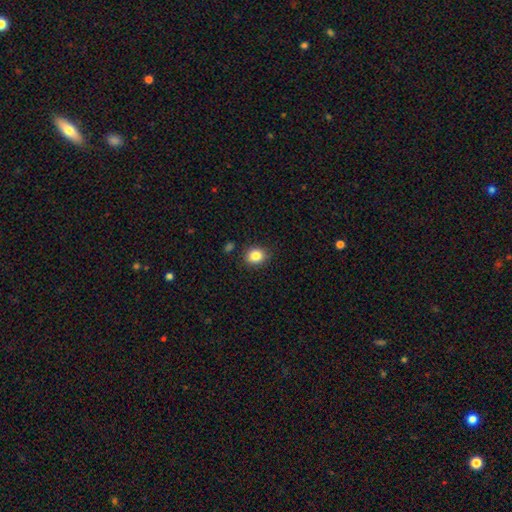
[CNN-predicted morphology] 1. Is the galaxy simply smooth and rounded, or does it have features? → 84% smooth, 10% star or artifact, 6% featured or disk.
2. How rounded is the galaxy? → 64% round, 35% in between, 1% cigar-shaped.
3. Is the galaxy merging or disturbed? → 86% none, 10% minor disturbance, 2% major disturbance, 2% merger.